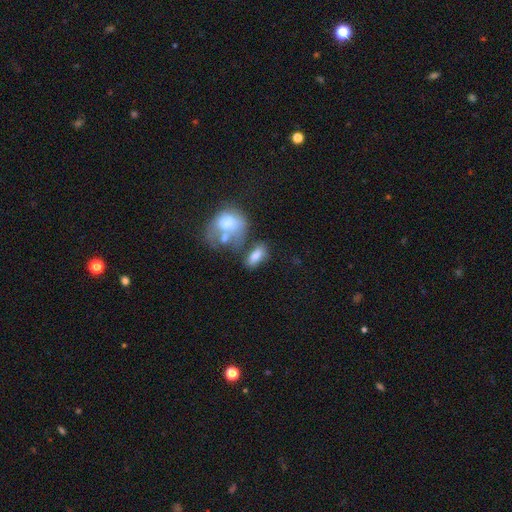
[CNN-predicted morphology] A smooth galaxy with no disk features (74%) that is in between round and cigar-shaped (86%). Merging: none (43%).